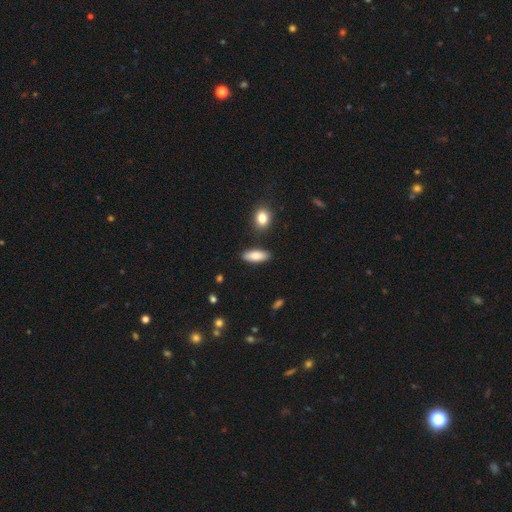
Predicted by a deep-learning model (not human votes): smooth 83%, featured or disk 11%, star or artifact 6%. Down the decision tree: how rounded — in between (73%); merging — none (86%).